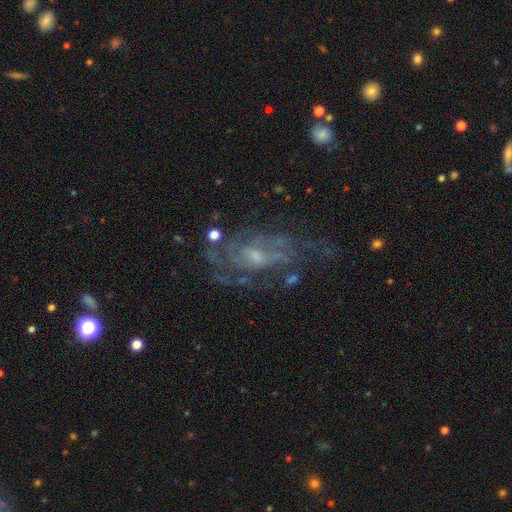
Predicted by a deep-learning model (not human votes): Smooth or featured? featured or disk (77%)
Edge-on disk? no (93%)
Bar? no (53%)
Spiral arms? yes (83%)
Spiral winding? tight (44%)
Spiral arm count? can't tell (44%)
Bulge size? small (57%)
Merging? none (60%)